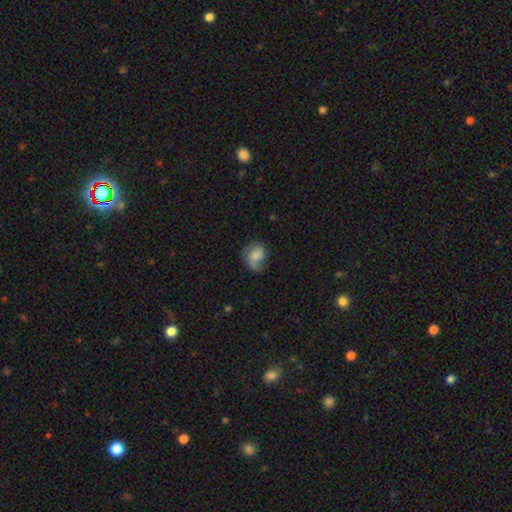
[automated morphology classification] type=smooth (57%); roundness=round (50%); merging=none (42%).